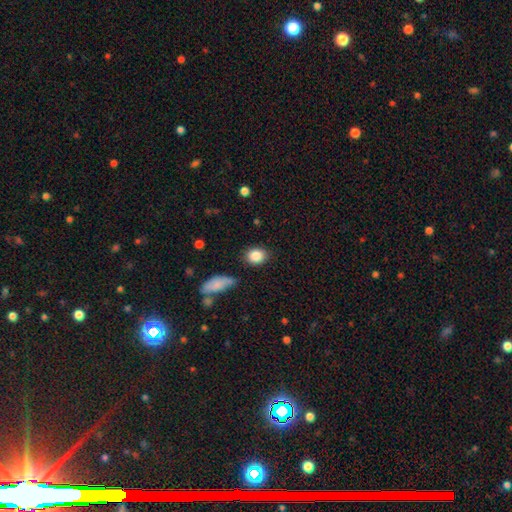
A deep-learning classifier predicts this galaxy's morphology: This is clearly a smooth galaxy (86%). How rounded: possibly round (50%). Merging: clearly none (82%).